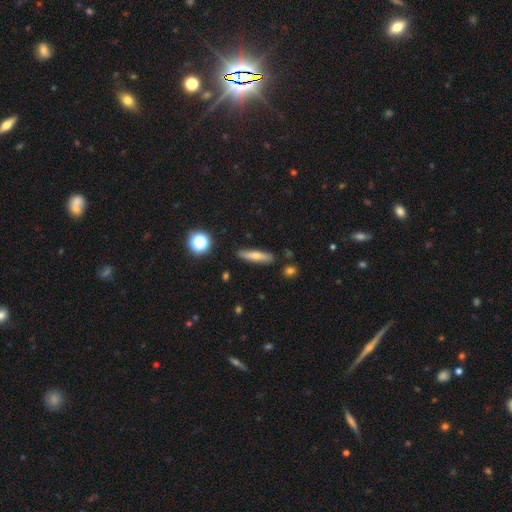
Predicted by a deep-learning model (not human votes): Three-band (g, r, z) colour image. It shows a smooth galaxy with no disk features (60%) that is cigar-shaped (80%). Merging: none (87%).